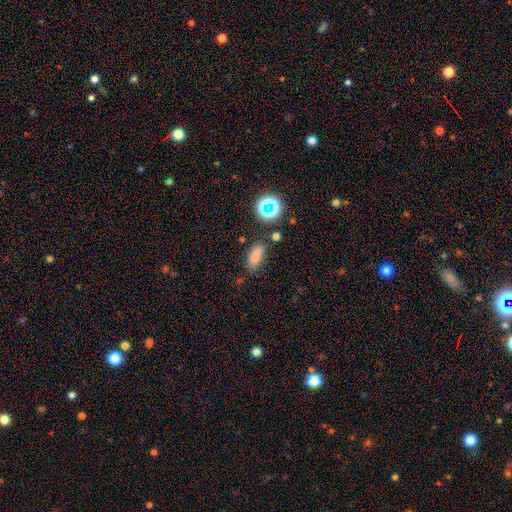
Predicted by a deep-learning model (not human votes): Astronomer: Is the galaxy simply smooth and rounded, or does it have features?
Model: smooth — 77%.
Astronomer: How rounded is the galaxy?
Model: in between — 82%.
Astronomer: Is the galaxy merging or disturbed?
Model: none — 79%.